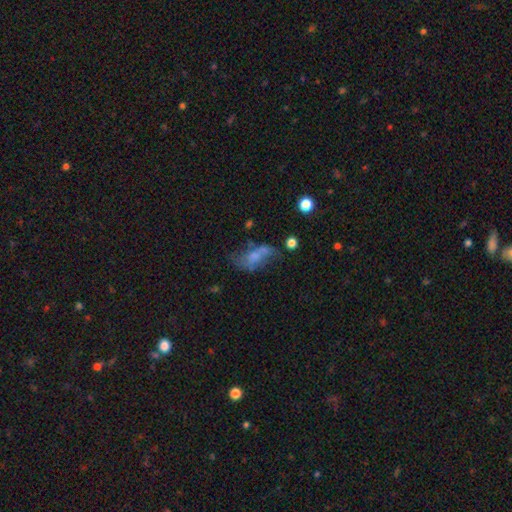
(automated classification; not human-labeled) Smooth or featured? featured or disk (44%)
Merging? none (33%)